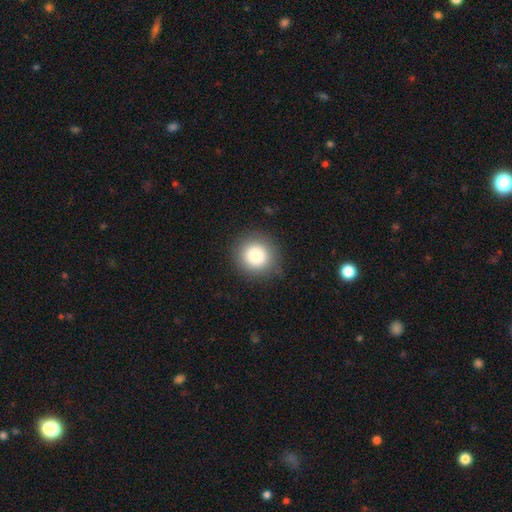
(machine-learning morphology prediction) A smooth galaxy with no disk features (82%) that is round (92%).

Vote fractions:
- Smooth or featured? smooth: 82% / star or artifact: 10% / featured or disk: 7%
- How rounded? round: 92% / in between: 7% / cigar-shaped: 1%
- Merging? none: 87% / minor disturbance: 9% / major disturbance: 3% / merger: 1%